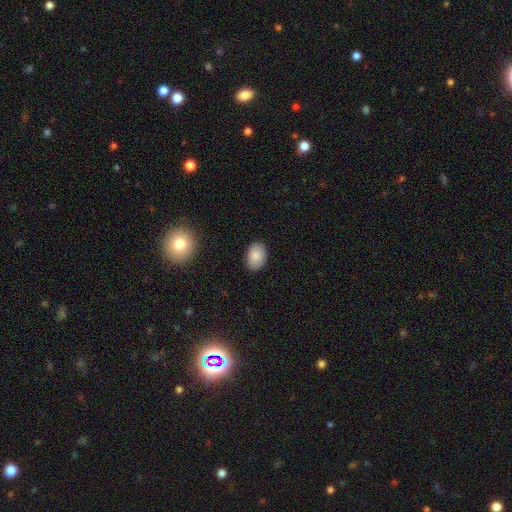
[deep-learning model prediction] Smooth or featured: smooth — 86% (star or artifact — 8%)
How rounded: in between — 82% (round — 17%)
Merging: none — 87% (minor disturbance — 9%)